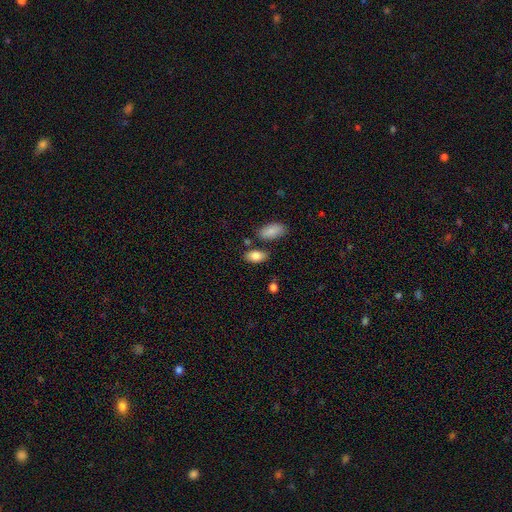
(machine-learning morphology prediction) Smooth or featured: smooth — 85% (featured or disk — 8%)
How rounded: in between — 91% (round — 6%)
Merging: none — 73% (minor disturbance — 14%)